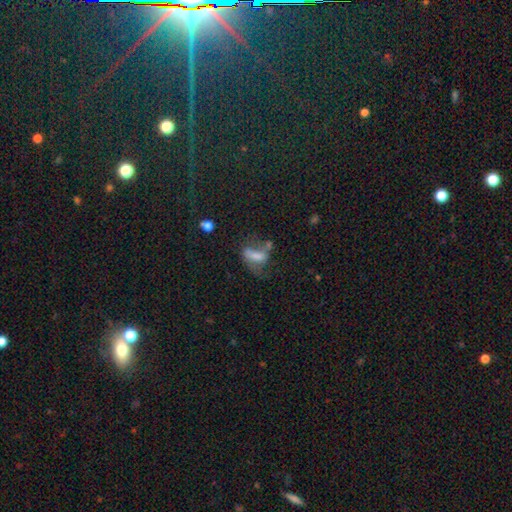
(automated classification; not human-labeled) A smooth galaxy with no disk features (47%). Merging: major disturbance (38%).